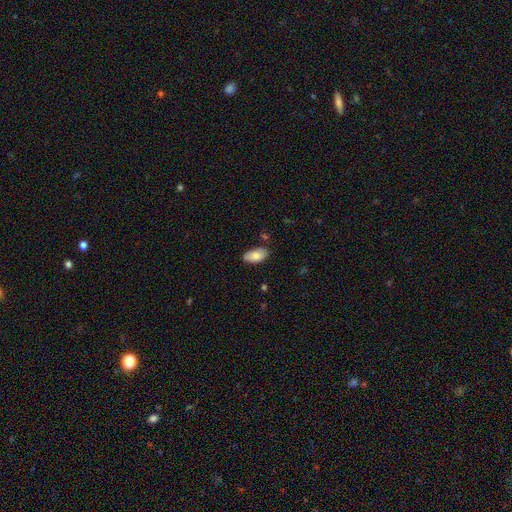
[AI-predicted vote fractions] A smooth galaxy with no disk features (81%) that is in between round and cigar-shaped (94%). Merging: none (78%).